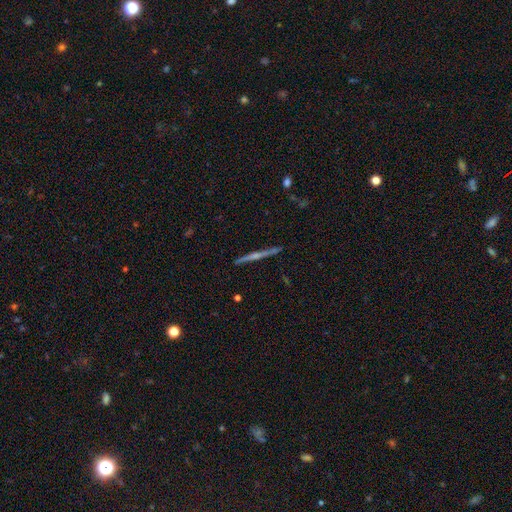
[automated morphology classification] Smooth or featured: featured or disk — 75% (smooth — 18%)
Edge-on disk: yes — 98% (no — 2%)
Edge-on bulge: rounded — 63% (none — 28%)
Merging: none — 90% (minor disturbance — 7%)